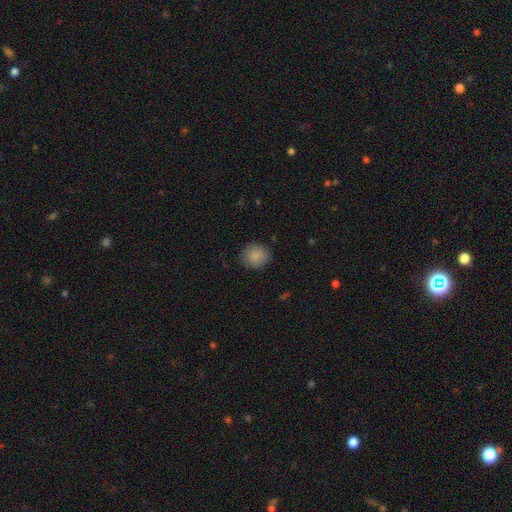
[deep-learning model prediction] A smooth galaxy with no disk features (88%) that is round (86%). Merging: none (86%).